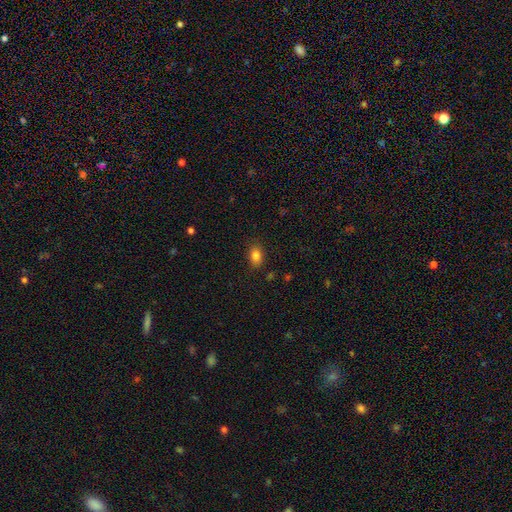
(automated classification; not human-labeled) smooth_or_featured: smooth (p=0.84) [alt: star or artifact p=0.10]
how_rounded: in between (p=0.80) [alt: round p=0.18]
merging: none (p=0.84) [alt: minor disturbance p=0.11]